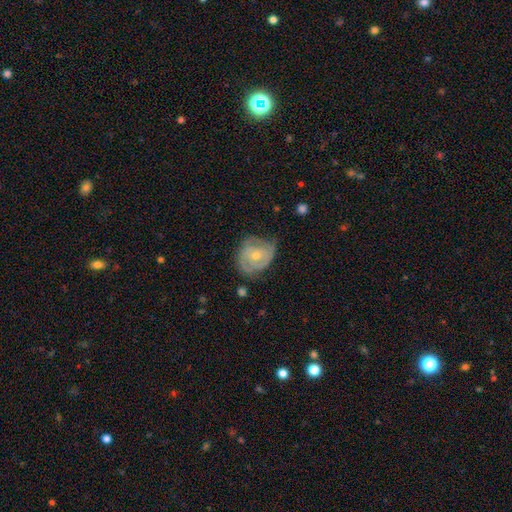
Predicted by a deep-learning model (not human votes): Smooth or featured? featured or disk (66%)
Edge-on disk? no (97%)
Bar? no (75%)
Spiral arms? yes (79%)
Spiral winding? tight (58%)
Spiral arm count? 2 (42%)
Bulge size? moderate (49%)
Merging? none (54%)